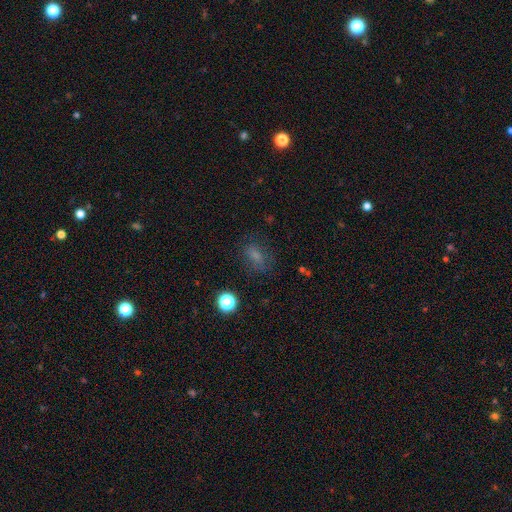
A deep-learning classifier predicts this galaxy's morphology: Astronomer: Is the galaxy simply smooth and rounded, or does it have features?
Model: smooth — 65%.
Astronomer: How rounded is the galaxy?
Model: in between — 72%.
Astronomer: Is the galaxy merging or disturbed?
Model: none — 73%.